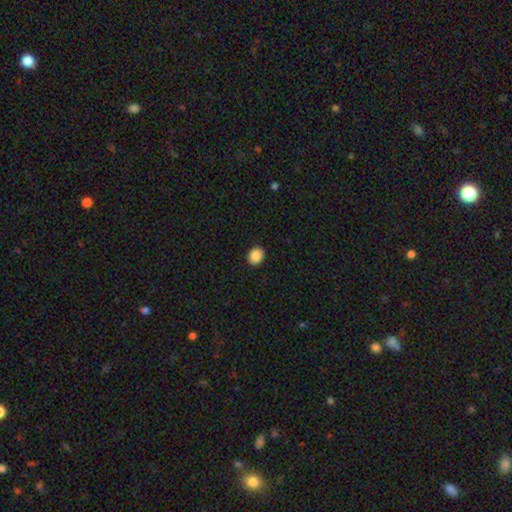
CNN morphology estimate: Q: Smooth or featured?
A: smooth (89%); runner-up: star or artifact (9%)
Q: How rounded?
A: round (65%); runner-up: in between (34%)
Q: Merging?
A: none (92%); runner-up: minor disturbance (6%)